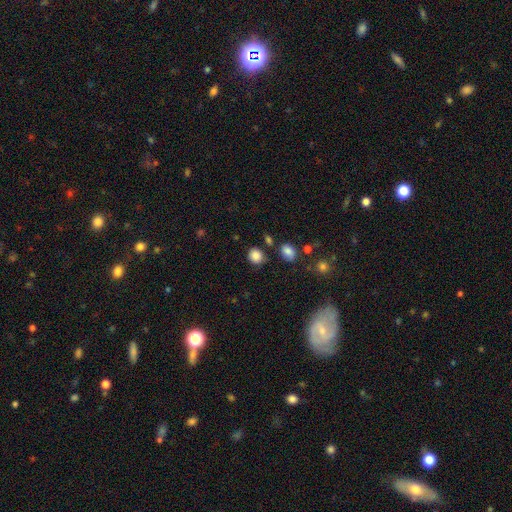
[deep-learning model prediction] A smooth galaxy with no disk features (86%) that is round (76%). Merging: none (78%).